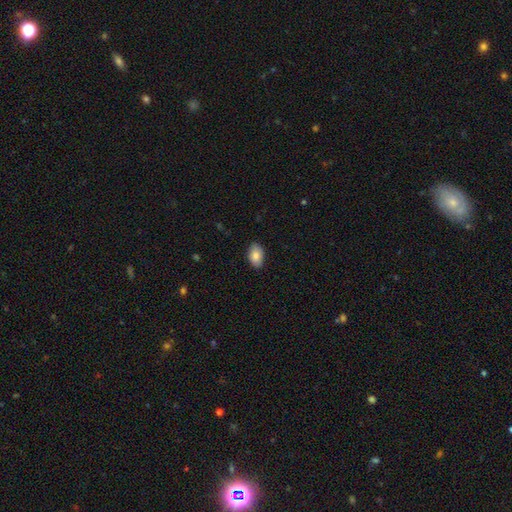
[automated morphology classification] Overall: smooth (84%). How rounded: in between (92%). Merging: none (86%).